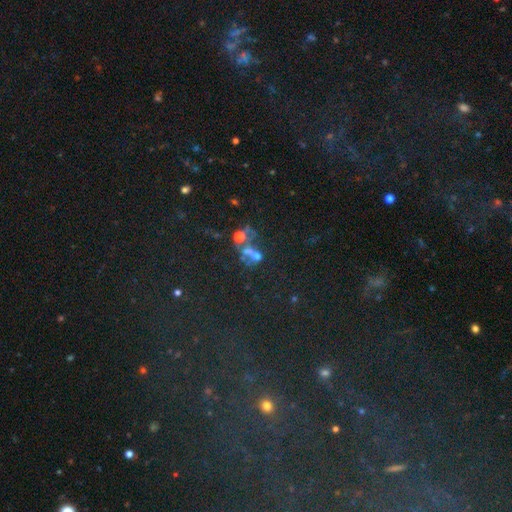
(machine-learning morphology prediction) This is marginally a smooth galaxy (38%). Merging: marginally merger (43%).